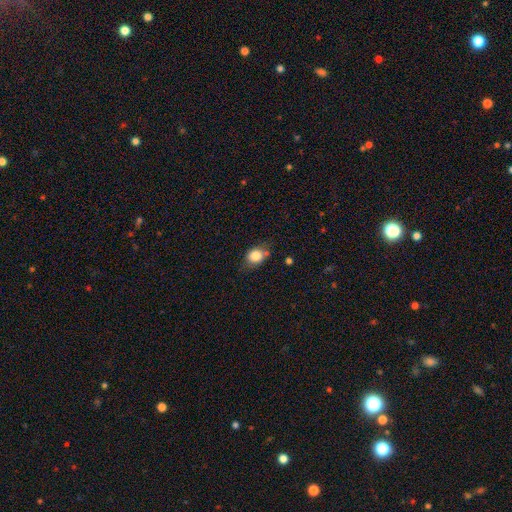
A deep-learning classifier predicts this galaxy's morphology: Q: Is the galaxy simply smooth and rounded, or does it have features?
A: smooth — 82%.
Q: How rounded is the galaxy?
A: in between — 49%, tied with round.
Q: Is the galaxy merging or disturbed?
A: none — 64%.